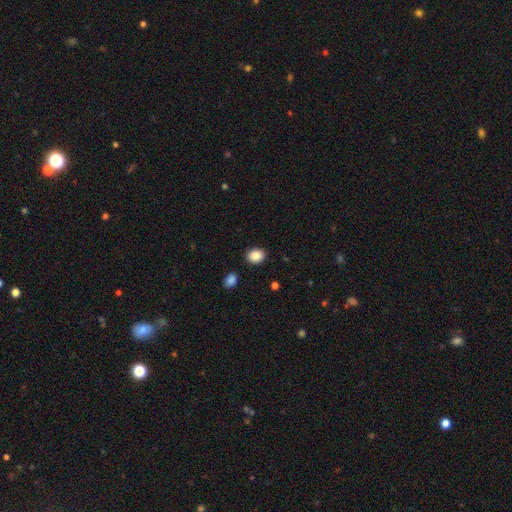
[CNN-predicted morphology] Overall: smooth (88%). How rounded: round (52%; in between 47%). Merging: none (87%).